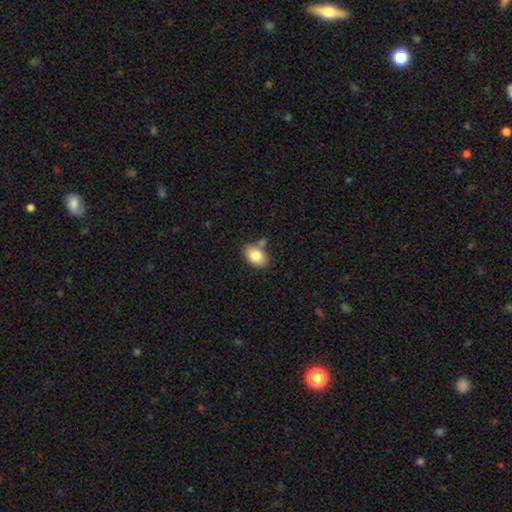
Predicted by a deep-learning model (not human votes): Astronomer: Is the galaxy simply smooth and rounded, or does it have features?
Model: smooth — 83%.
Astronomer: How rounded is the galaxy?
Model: in between — 82%.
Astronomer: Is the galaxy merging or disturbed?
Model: none — 70%.